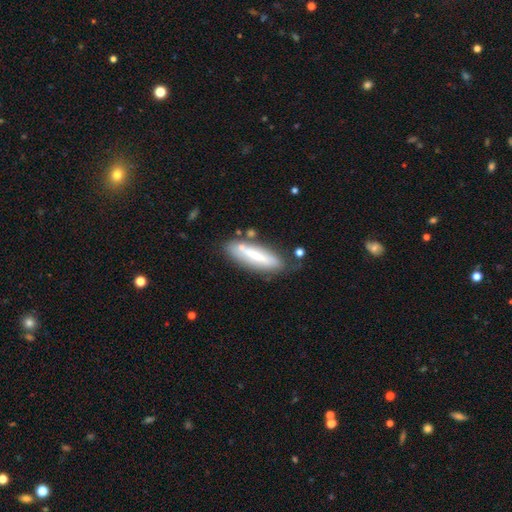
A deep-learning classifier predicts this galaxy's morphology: Smooth or featured? Predicted: smooth (p=0.54). How rounded? Predicted: cigar-shaped (p=0.68). Merging? Predicted: none (p=0.66).